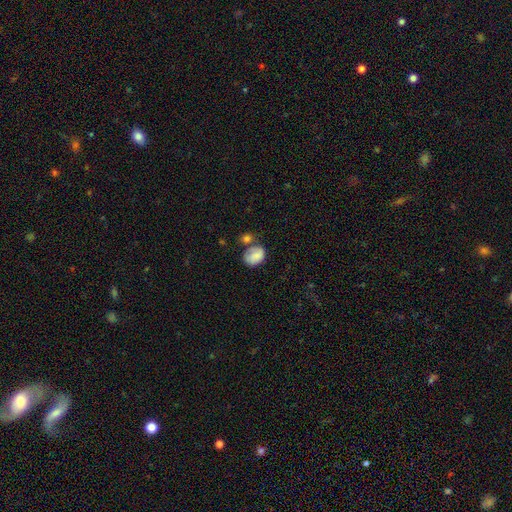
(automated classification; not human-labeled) Smooth or featured? Predicted: smooth (p=0.76). How rounded? Predicted: in between (p=0.68). Merging? Predicted: none (p=0.42).